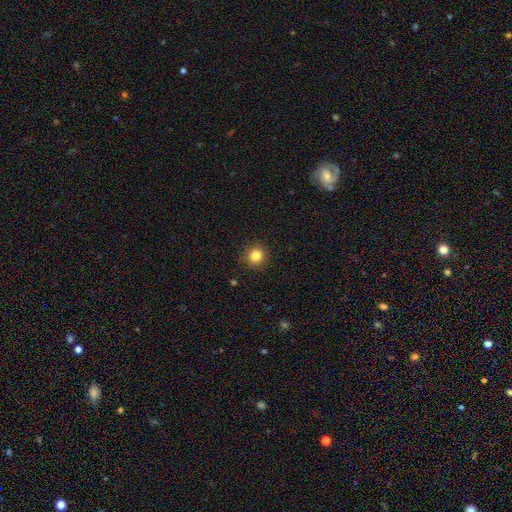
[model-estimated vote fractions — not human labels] Smooth or featured: smooth — 83% (star or artifact — 12%)
How rounded: round — 93% (in between — 6%)
Merging: none — 91% (minor disturbance — 6%)